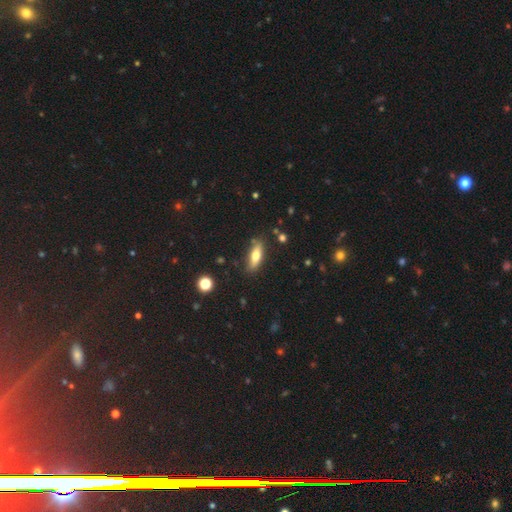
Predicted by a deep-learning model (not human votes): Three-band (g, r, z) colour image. It shows a smooth galaxy with no disk features (67%) that is in between round and cigar-shaped (55%). Merging: none (81%).